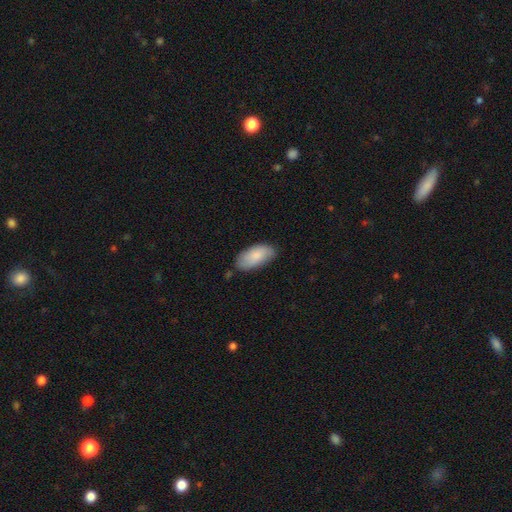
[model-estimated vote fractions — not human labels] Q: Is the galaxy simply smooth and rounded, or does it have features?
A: smooth — 84%.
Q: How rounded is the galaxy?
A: in between — 92%.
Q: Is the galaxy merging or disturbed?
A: none — 75%.